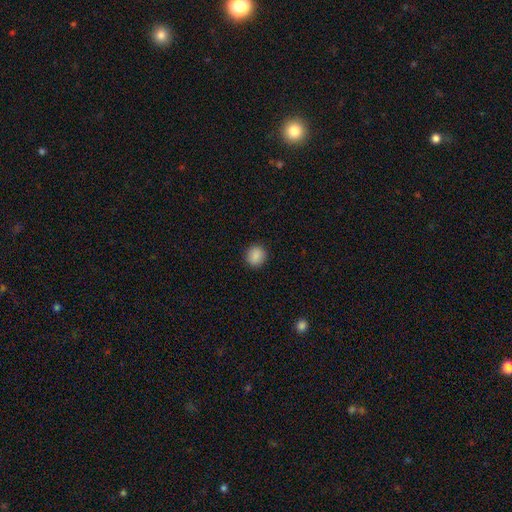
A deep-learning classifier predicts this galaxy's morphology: The model was most divided on "how rounded": round: 88%, in between: 11%, cigar-shaped: 1%. More confident: merging — none (91%); smooth or featured — smooth (88%).